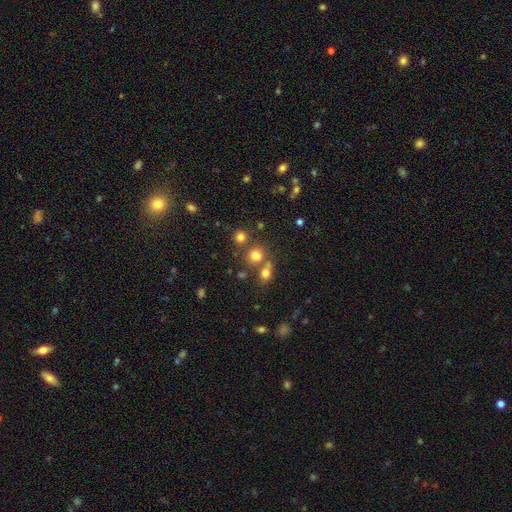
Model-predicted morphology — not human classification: Smooth or featured? smooth (72%)
How rounded? round (80%)
Merging? none (59%)